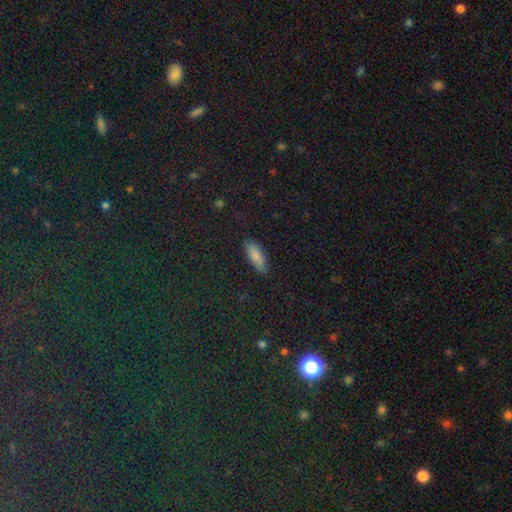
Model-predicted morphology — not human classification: smooth-or-featured: smooth: 85% | star or artifact: 7% | featured or disk: 7%
  how-rounded: in between: 70% | cigar-shaped: 28% | round: 2%
  merging: none: 85% | minor disturbance: 11% | major disturbance: 3% | merger: 1%